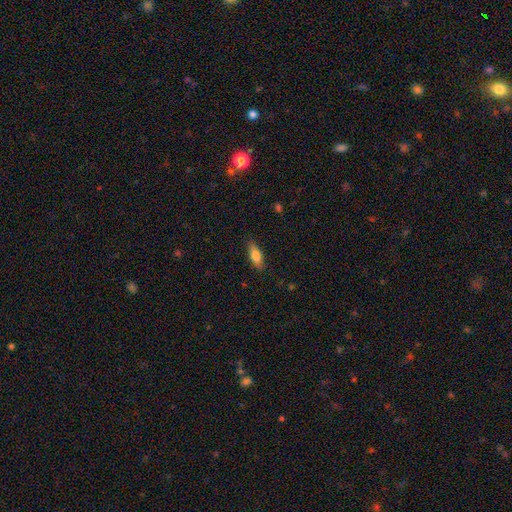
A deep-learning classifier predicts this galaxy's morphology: Smooth or featured: smooth — 79% (featured or disk — 14%)
How rounded: in between — 67% (cigar-shaped — 31%)
Merging: none — 84% (minor disturbance — 12%)